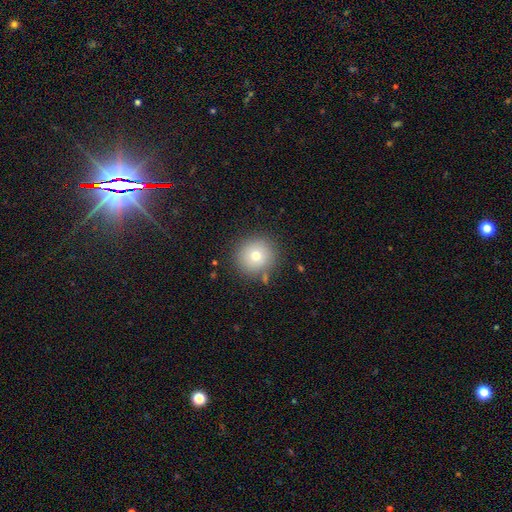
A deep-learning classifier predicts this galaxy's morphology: smooth_or_featured: smooth (p=0.74) [alt: featured or disk p=0.13]
how_rounded: round (p=0.93) [alt: in between p=0.06]
merging: none (p=0.85) [alt: minor disturbance p=0.09]